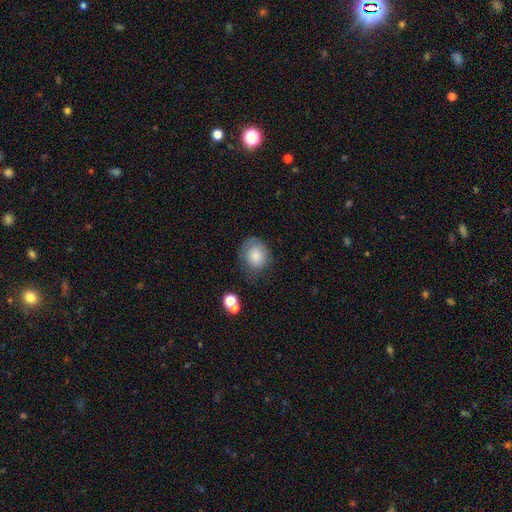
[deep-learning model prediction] The model was most divided on "merging": none: 60%, minor disturbance: 26%, major disturbance: 10%, merger: 3%. More confident: smooth or featured — smooth (79%); how rounded — round (68%).